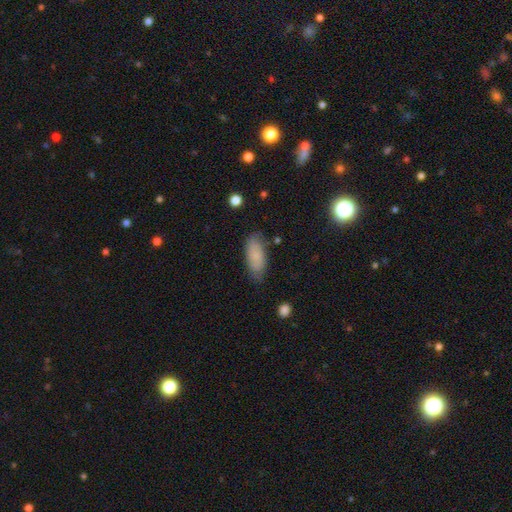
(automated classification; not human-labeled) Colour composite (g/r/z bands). It shows a smooth galaxy with no disk features (76%) that is in between round and cigar-shaped (84%). Merging: none (75%).